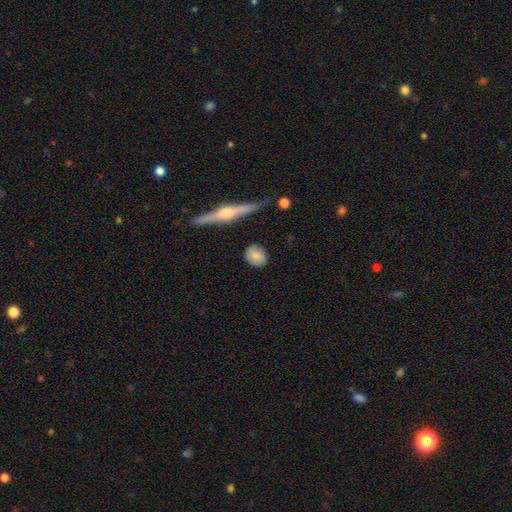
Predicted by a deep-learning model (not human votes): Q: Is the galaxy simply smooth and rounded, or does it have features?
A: smooth — 76%.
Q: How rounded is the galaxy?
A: round — 60%.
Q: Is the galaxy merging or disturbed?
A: none — 83%.